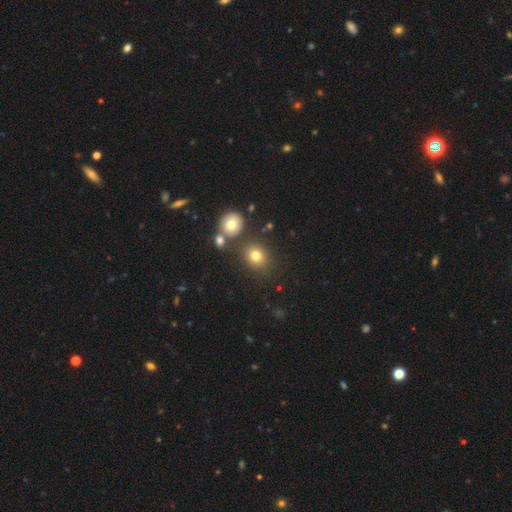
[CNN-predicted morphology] Overall: smooth (76%). How rounded: round (73%). Merging: none (73%).